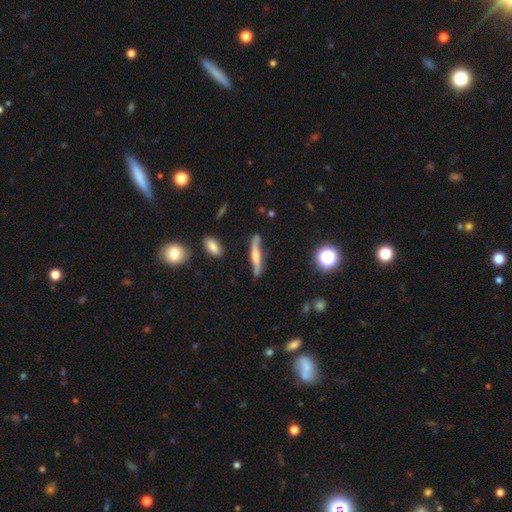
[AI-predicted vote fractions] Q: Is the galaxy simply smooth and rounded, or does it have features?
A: featured or disk — 58%.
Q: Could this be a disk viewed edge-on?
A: yes — 75%.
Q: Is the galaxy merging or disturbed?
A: none — 72%.